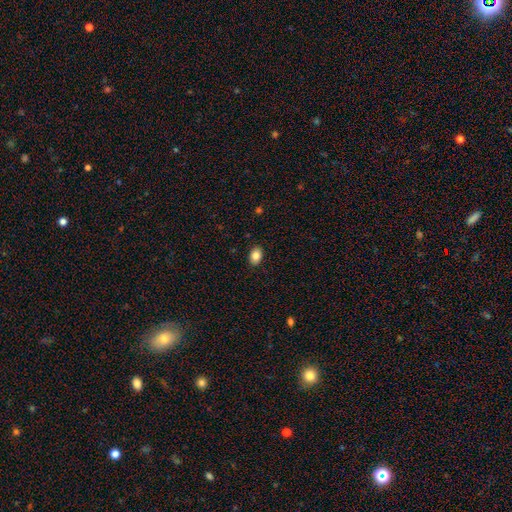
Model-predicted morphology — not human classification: This is clearly a smooth galaxy (85%). How rounded: likely in between (80%). Merging: clearly none (89%).